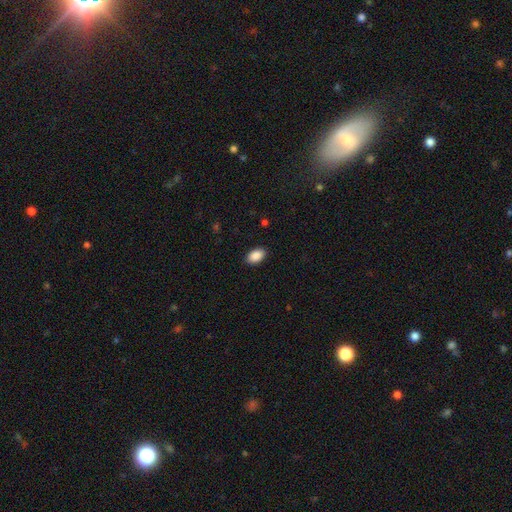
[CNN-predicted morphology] A smooth galaxy with no disk features (90%) that is in between round and cigar-shaped (92%). Merging: none (89%).